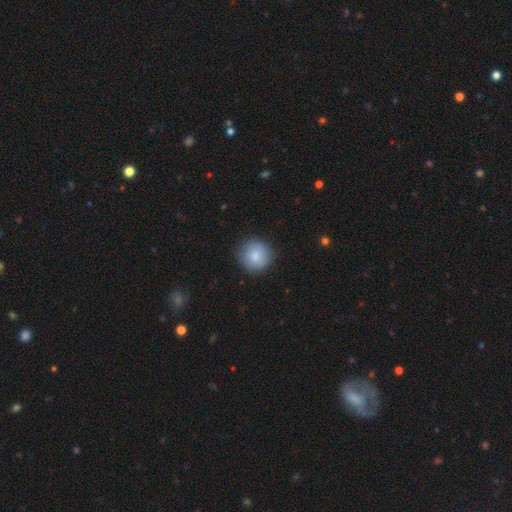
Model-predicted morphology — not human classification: Overall: smooth (83%). How rounded: round (93%). Merging: none (86%).